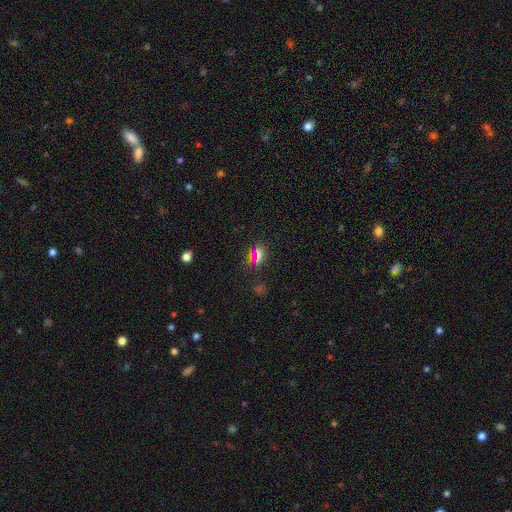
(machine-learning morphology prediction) smooth_or_featured: smooth (p=0.61) [alt: star or artifact p=0.29]
how_rounded: round (p=0.47) [alt: in between p=0.46]
merging: none (p=0.81) [alt: minor disturbance p=0.11]